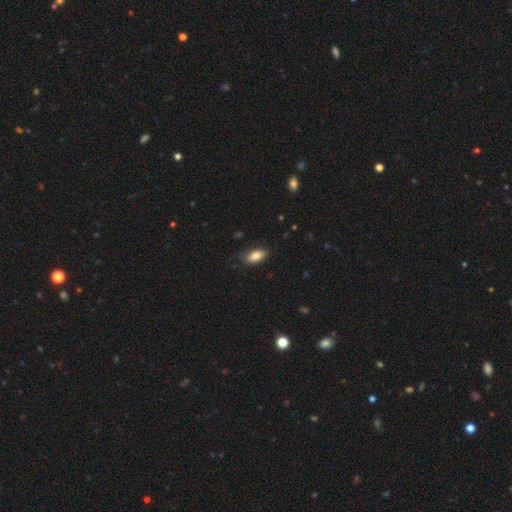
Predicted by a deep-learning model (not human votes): smooth_or_featured: smooth (p=0.83) [alt: featured or disk p=0.09]
how_rounded: in between (p=0.90) [alt: cigar-shaped p=0.07]
merging: none (p=0.76) [alt: minor disturbance p=0.19]